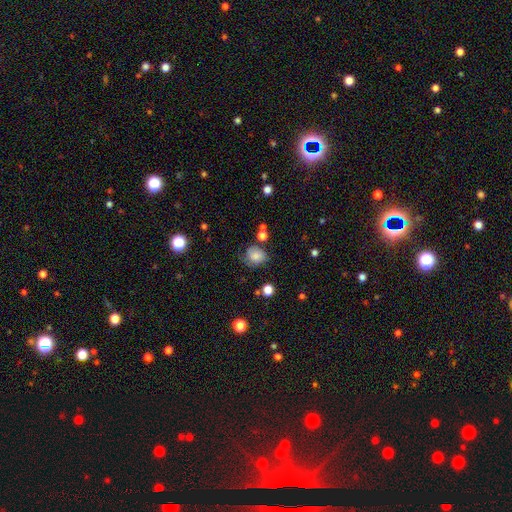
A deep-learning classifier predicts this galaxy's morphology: smooth 71%, featured or disk 18%, star or artifact 11%. Down the decision tree: how rounded — round (65%); merging — none (59%).